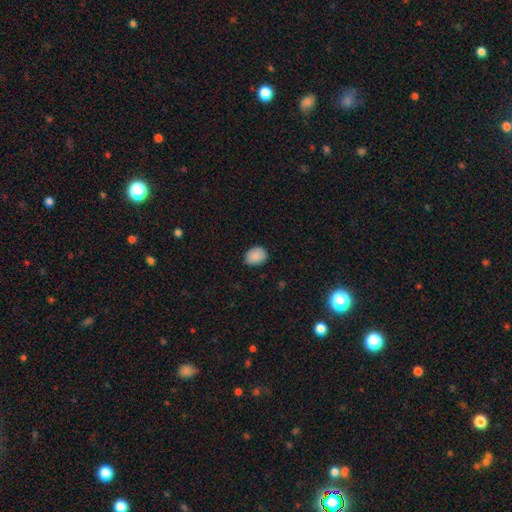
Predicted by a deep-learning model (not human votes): A smooth galaxy with no disk features (88%) that is in between round and cigar-shaped (53%).

Vote fractions:
- Smooth or featured? smooth: 88% / star or artifact: 8% / featured or disk: 4%
- How rounded? in between: 53% / round: 46% / cigar-shaped: 1%
- Merging? none: 81% / minor disturbance: 15% / major disturbance: 3% / merger: 1%